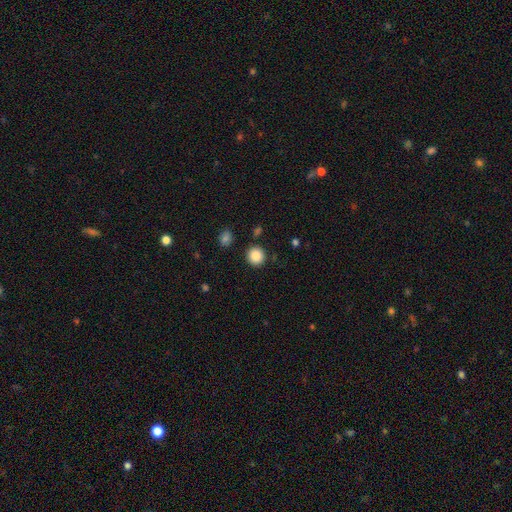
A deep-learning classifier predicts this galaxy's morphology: The model was most divided on "smooth or featured": smooth: 88%, star or artifact: 9%, featured or disk: 3%. More confident: how rounded — round (92%); merging — none (89%).